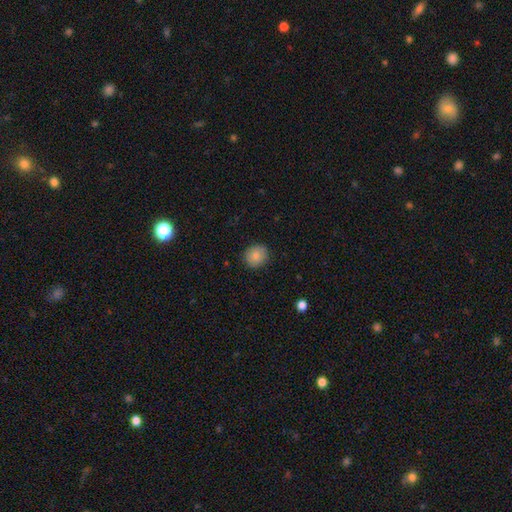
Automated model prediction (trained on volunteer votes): Overall: smooth (84%). How rounded: round (83%). Merging: none (89%).